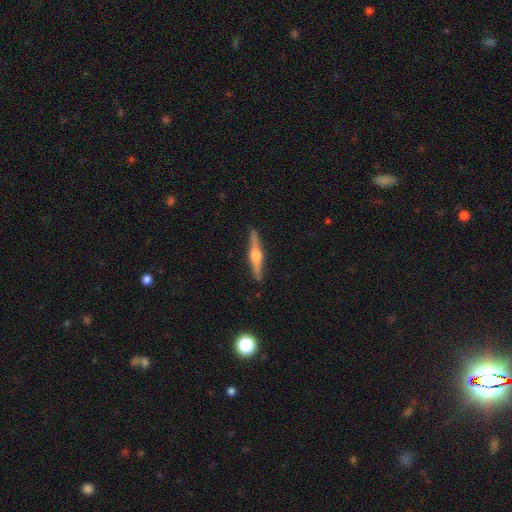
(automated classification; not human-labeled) This appears to be a featured or disk galaxy (79%) viewed edge-on (98%) with a rounded central bulge (91%). Merging: none (91%).